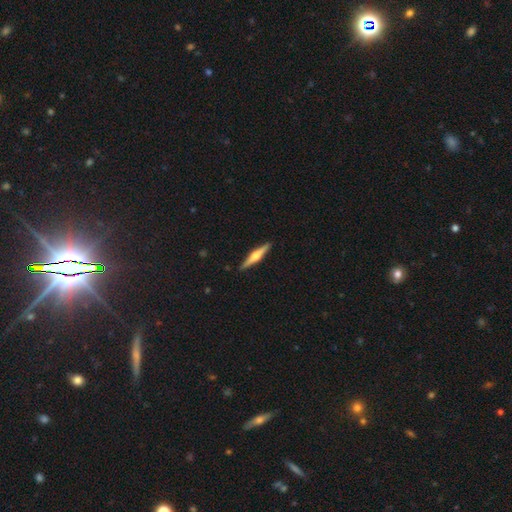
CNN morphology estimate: A featured or disk galaxy (72%) viewed edge-on (98%) with a rounded central bulge (91%). Merging: none (91%).